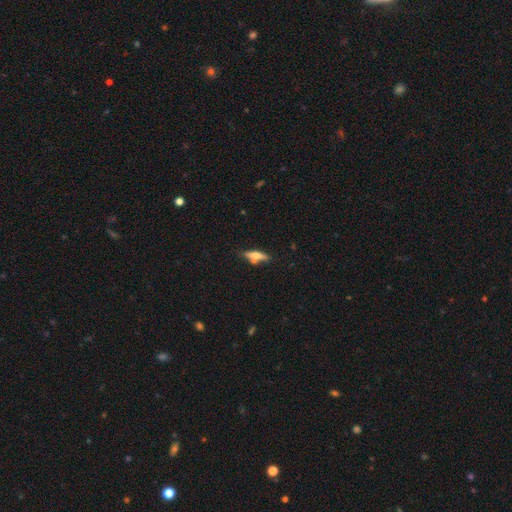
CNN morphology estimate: A smooth galaxy with no disk features (56%) that is cigar-shaped (72%).

Vote fractions:
- Smooth or featured? smooth: 56% / featured or disk: 36% / star or artifact: 8%
- How rounded? cigar-shaped: 72% / in between: 25% / round: 3%
- Merging? none: 67% / minor disturbance: 16% / merger: 13% / major disturbance: 4%